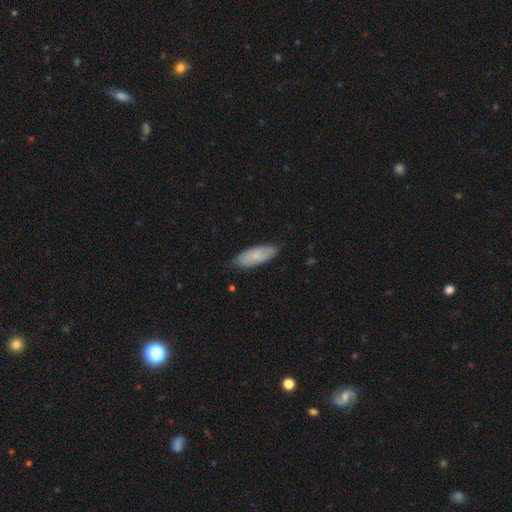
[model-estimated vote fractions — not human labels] A smooth galaxy with no disk features (77%) that is in between round and cigar-shaped (76%). Merging: none (83%).